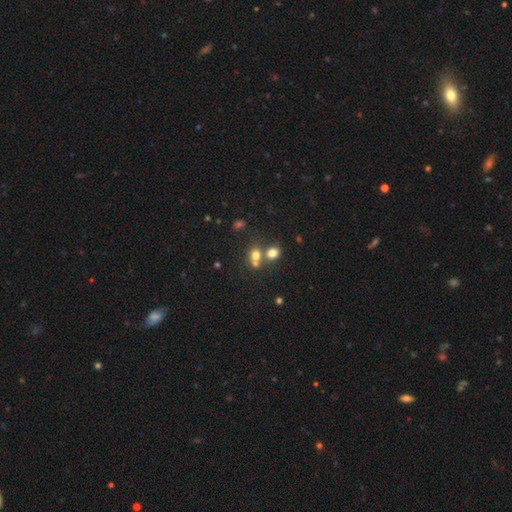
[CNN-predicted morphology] Q: Smooth or featured?
A: smooth (70%); runner-up: star or artifact (17%)
Q: How rounded?
A: round (66%); runner-up: in between (33%)
Q: Merging?
A: merger (48%); runner-up: none (40%)